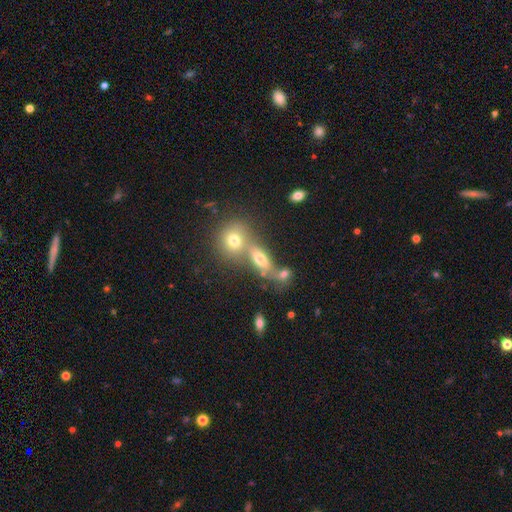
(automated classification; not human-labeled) A smooth galaxy with no disk features (58%) that is round (69%).

Vote fractions:
- Smooth or featured? smooth: 58% / star or artifact: 21% / featured or disk: 21%
- How rounded? round: 69% / in between: 27% / cigar-shaped: 4%
- Merging? merger: 57% / none: 31% / minor disturbance: 7% / major disturbance: 5%